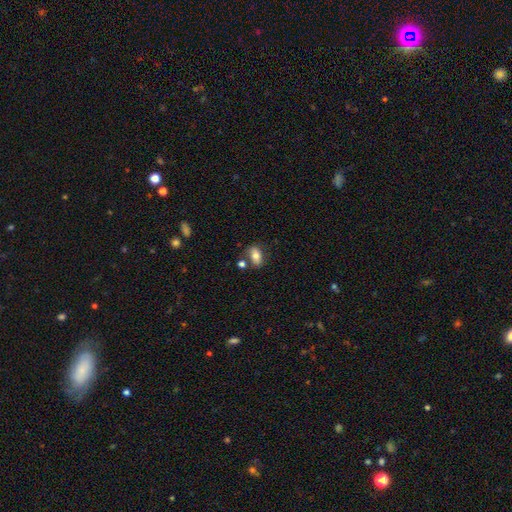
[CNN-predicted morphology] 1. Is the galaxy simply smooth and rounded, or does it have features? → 76% smooth, 15% featured or disk, 8% star or artifact.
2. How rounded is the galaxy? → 86% in between, 10% round, 4% cigar-shaped.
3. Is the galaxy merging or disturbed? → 69% none, 15% minor disturbance, 12% merger, 4% major disturbance.